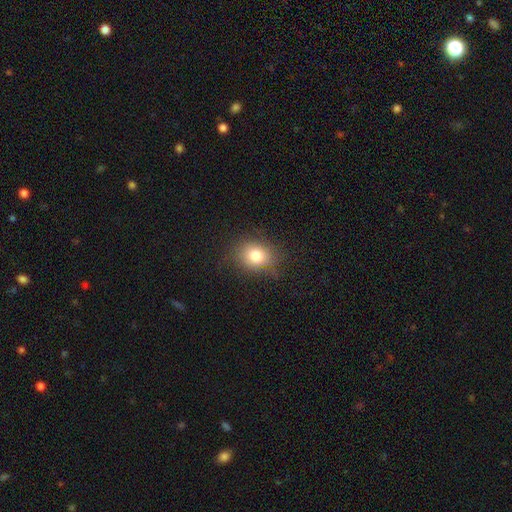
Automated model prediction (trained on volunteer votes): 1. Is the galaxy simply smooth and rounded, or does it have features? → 76% smooth, 14% star or artifact, 9% featured or disk.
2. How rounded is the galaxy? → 68% round, 30% in between, 1% cigar-shaped.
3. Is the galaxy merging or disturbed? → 81% none, 14% minor disturbance, 4% major disturbance, 1% merger.